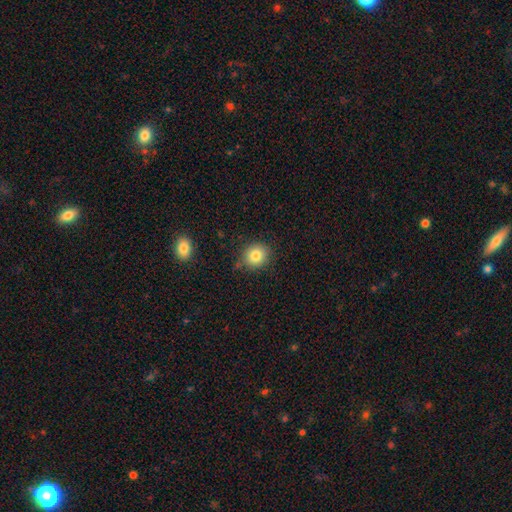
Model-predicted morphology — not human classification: A smooth galaxy with no disk features (82%) that is round (82%). Merging: none (81%).